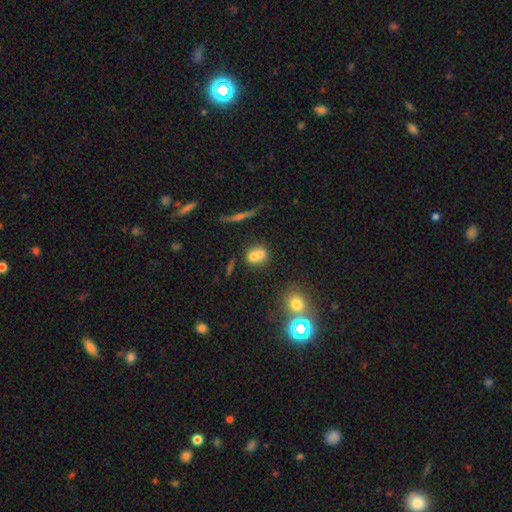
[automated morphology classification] smooth_or_featured: smooth (p=0.66) [alt: featured or disk p=0.21]
how_rounded: round (p=0.70) [alt: in between p=0.28]
merging: merger (p=0.54) [alt: none p=0.35]